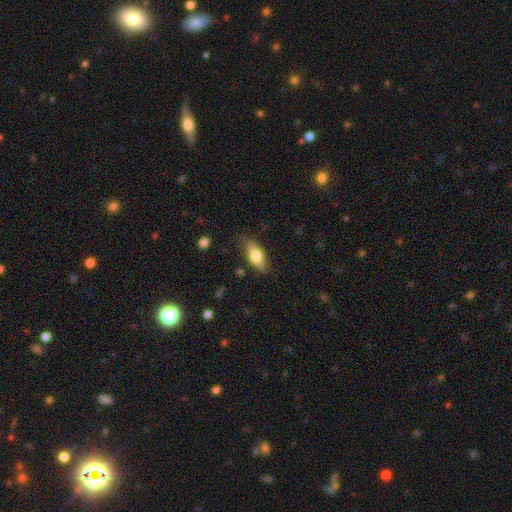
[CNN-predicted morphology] A smooth galaxy with no disk features (70%) that is in between round and cigar-shaped (74%).

Vote fractions:
- Smooth or featured? smooth: 70% / featured or disk: 23% / star or artifact: 6%
- How rounded? in between: 74% / cigar-shaped: 22% / round: 3%
- Merging? none: 78% / minor disturbance: 17% / major disturbance: 4% / merger: 2%